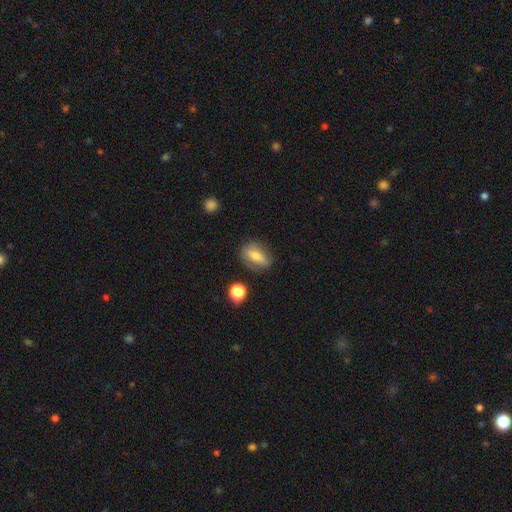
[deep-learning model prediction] Q: Smooth or featured?
A: smooth (69%); runner-up: featured or disk (21%)
Q: How rounded?
A: in between (71%); runner-up: round (22%)
Q: Merging?
A: none (75%); runner-up: minor disturbance (18%)